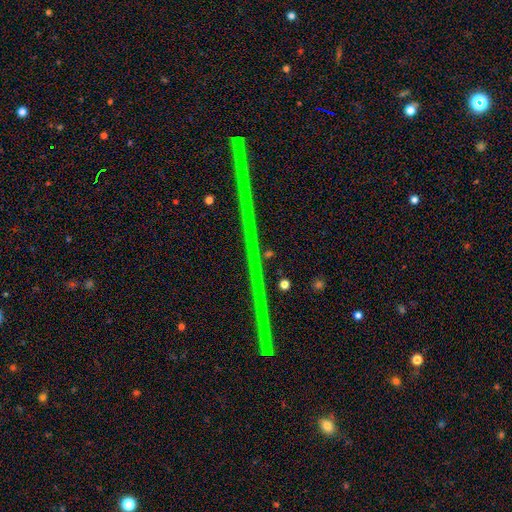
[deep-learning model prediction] Smooth or featured? star or artifact (81%)